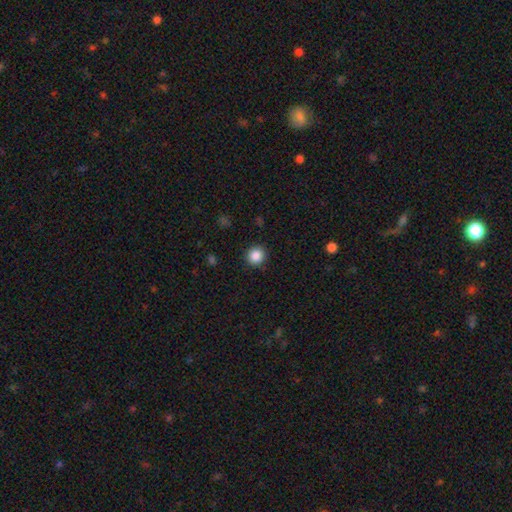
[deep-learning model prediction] smooth 87%, star or artifact 10%, featured or disk 3%. Down the decision tree: how rounded — round (94%); merging — none (91%).